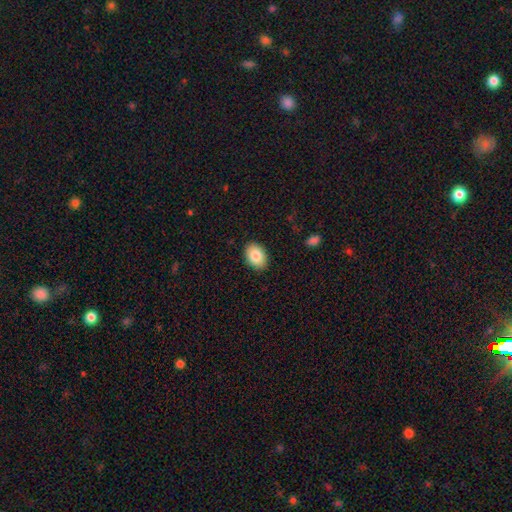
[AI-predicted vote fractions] Overall: smooth (84%). How rounded: in between (82%). Merging: none (89%).